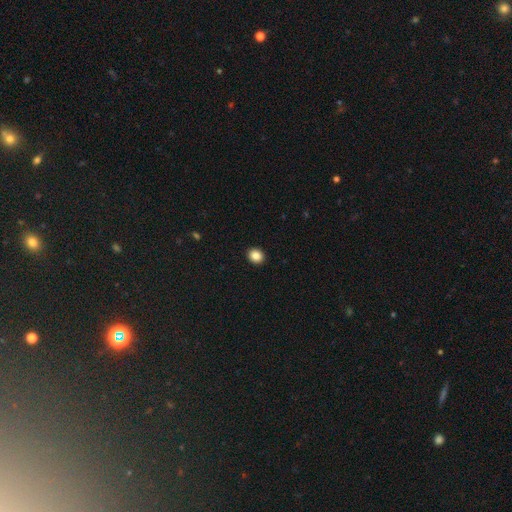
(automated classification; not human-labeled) Smooth or featured? Predicted: smooth (p=0.86). How rounded? Predicted: round (p=0.70). Merging? Predicted: none (p=0.93).